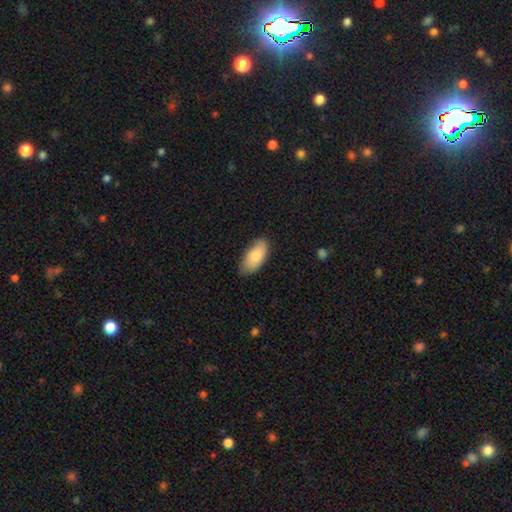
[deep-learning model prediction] Overall: smooth (79%). How rounded: in between (93%). Merging: none (74%).